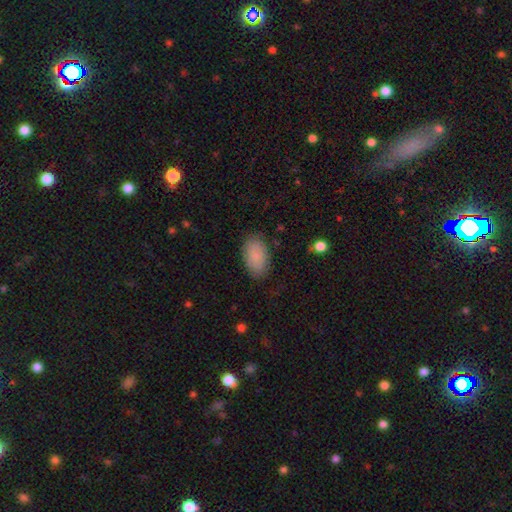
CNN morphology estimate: Smooth or featured: smooth — 85% (featured or disk — 8%)
How rounded: in between — 93% (round — 5%)
Merging: none — 83% (minor disturbance — 12%)